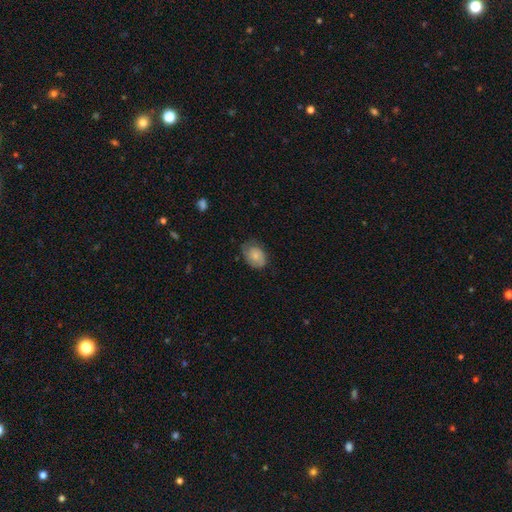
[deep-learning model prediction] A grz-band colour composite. It shows a smooth galaxy with no disk features (68%) that is in between round and cigar-shaped (76%). Merging: none (58%).